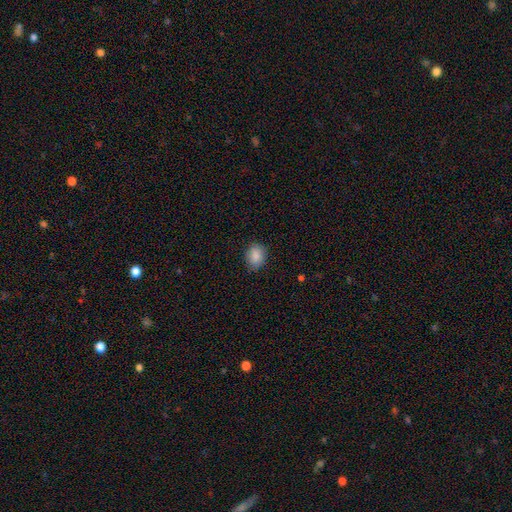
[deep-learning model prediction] This appears to be a smooth galaxy with no disk features (87%) that is in between round and cigar-shaped (60%). Merging: none (83%).